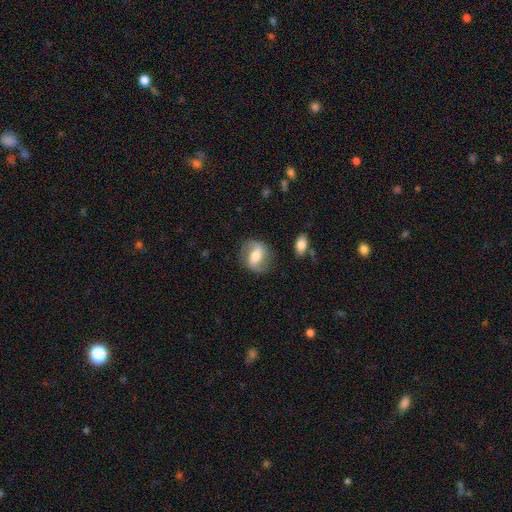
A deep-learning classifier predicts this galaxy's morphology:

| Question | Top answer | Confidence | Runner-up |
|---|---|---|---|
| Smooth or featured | featured or disk | 58% | smooth (35%) |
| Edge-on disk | no | 94% | yes (6%) |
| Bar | strong | 39% | tied: weak (39%) |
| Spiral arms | yes | 81% | no (19%) |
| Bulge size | moderate | 60% | large (18%) |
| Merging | none | 77% | minor disturbance (15%) |